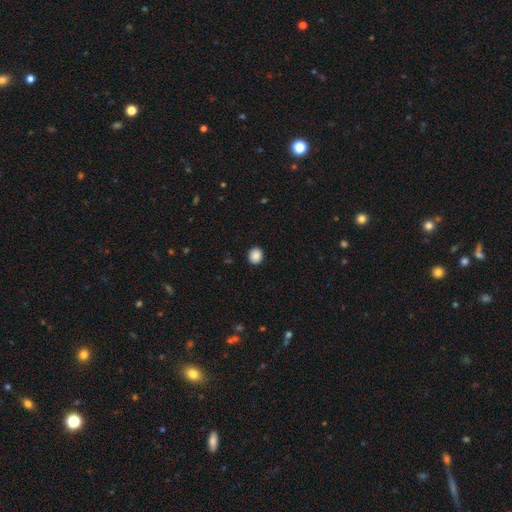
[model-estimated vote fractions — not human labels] Q: Smooth or featured?
A: smooth (89%); runner-up: star or artifact (9%)
Q: How rounded?
A: round (82%); runner-up: in between (18%)
Q: Merging?
A: none (92%); runner-up: minor disturbance (5%)